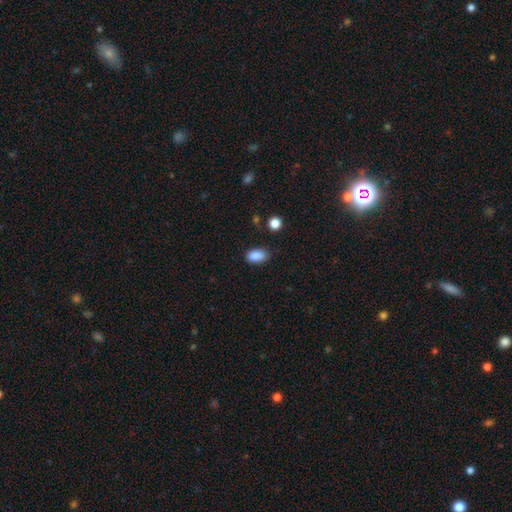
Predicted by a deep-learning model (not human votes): Smooth or featured? Predicted: smooth (p=0.88). How rounded? Predicted: in between (p=0.90). Merging? Predicted: none (p=0.76).